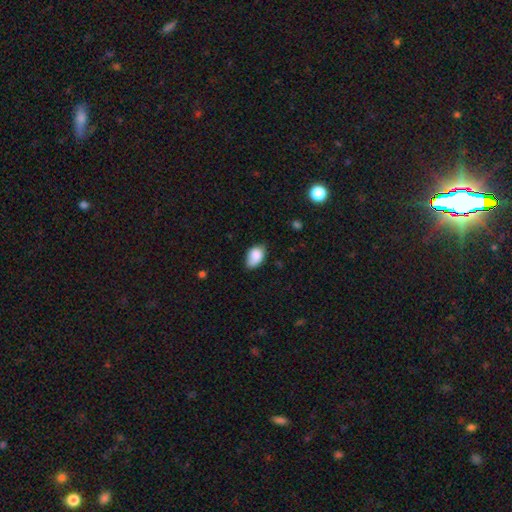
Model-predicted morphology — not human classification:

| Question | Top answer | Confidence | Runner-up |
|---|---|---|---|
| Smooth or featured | smooth | 87% | star or artifact (7%) |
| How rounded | in between | 90% | round (9%) |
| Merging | none | 62% | minor disturbance (31%) |